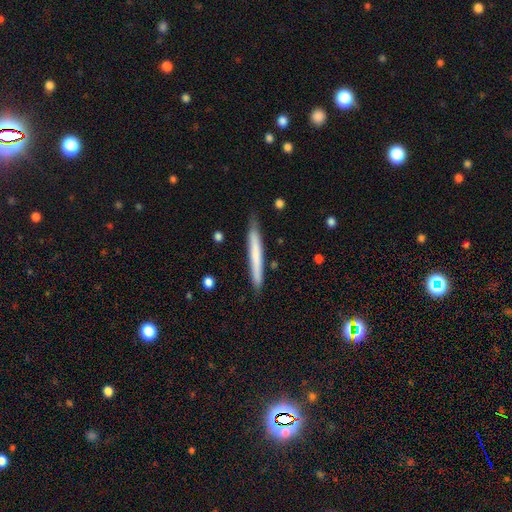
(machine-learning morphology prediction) The model was most divided on "smooth or featured": smooth: 62%, featured or disk: 33%, star or artifact: 5%. More confident: how rounded — cigar-shaped (96%); merging — none (84%).